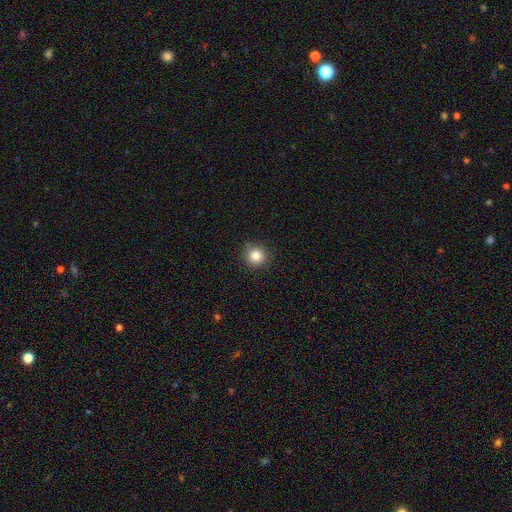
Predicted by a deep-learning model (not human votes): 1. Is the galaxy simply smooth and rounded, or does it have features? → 83% smooth, 11% star or artifact, 6% featured or disk.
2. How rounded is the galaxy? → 94% round, 5% in between, 1% cigar-shaped.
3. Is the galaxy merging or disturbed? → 90% none, 7% minor disturbance, 2% major disturbance, 1% merger.